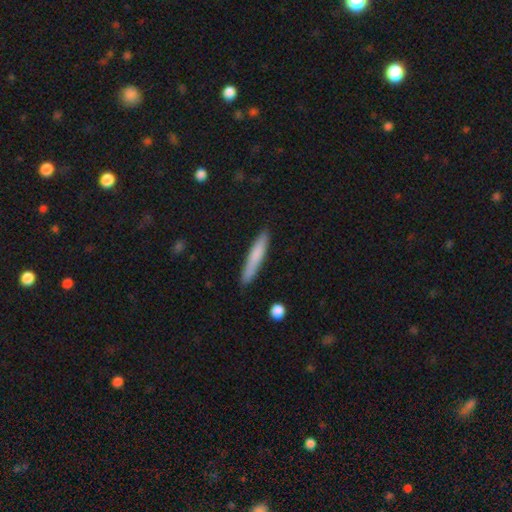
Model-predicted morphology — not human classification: smooth 75%, featured or disk 19%, star or artifact 6%. Down the decision tree: how rounded — cigar-shaped (93%); merging — none (87%).